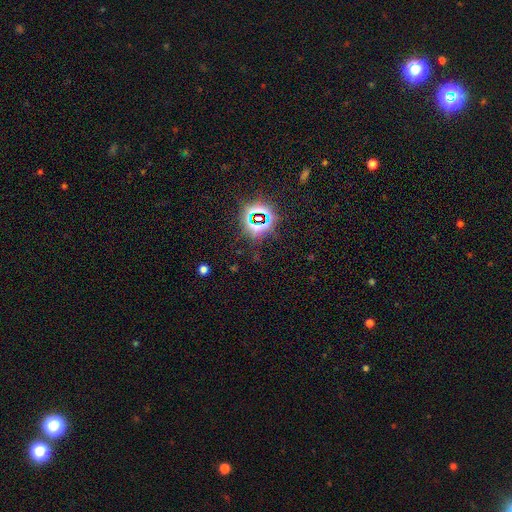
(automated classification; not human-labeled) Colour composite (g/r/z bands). It shows a star or artifact, not a galaxy (79%).